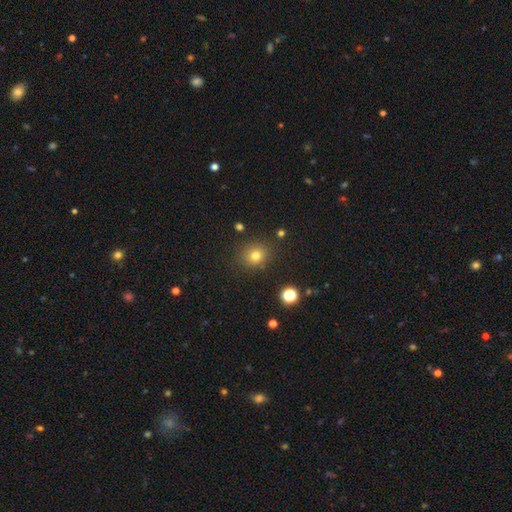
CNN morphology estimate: type=smooth (78%); roundness=round (77%); merging=none (85%).